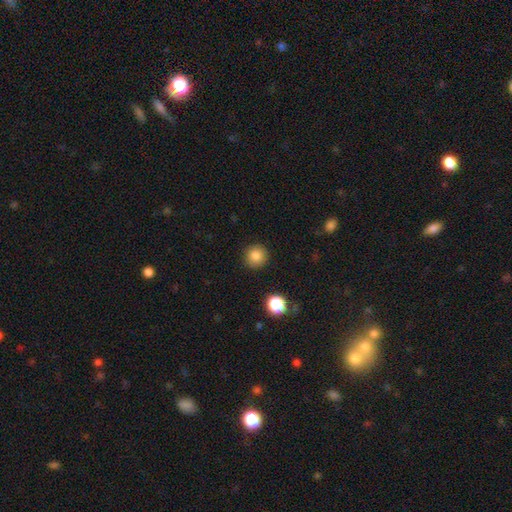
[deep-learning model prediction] smooth-or-featured: smooth: 83% | star or artifact: 11% | featured or disk: 5%
  how-rounded: round: 93% | in between: 6% | cigar-shaped: 1%
  merging: none: 91% | minor disturbance: 6% | major disturbance: 2% | merger: 1%